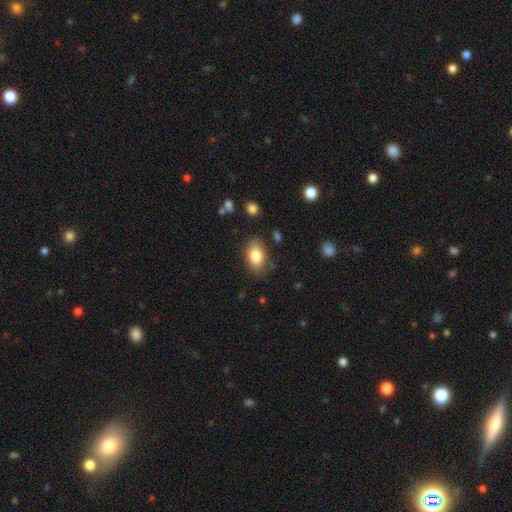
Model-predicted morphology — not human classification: A smooth galaxy with no disk features (83%) that is in between round and cigar-shaped (88%).

Vote fractions:
- Smooth or featured? smooth: 83% / featured or disk: 10% / star or artifact: 7%
- How rounded? in between: 88% / round: 11% / cigar-shaped: 2%
- Merging? none: 80% / minor disturbance: 14% / major disturbance: 4% / merger: 2%